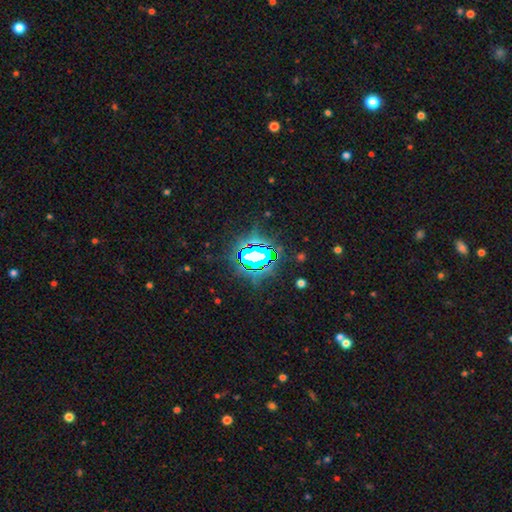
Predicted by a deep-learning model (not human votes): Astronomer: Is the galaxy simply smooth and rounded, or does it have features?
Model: star or artifact — 75%.